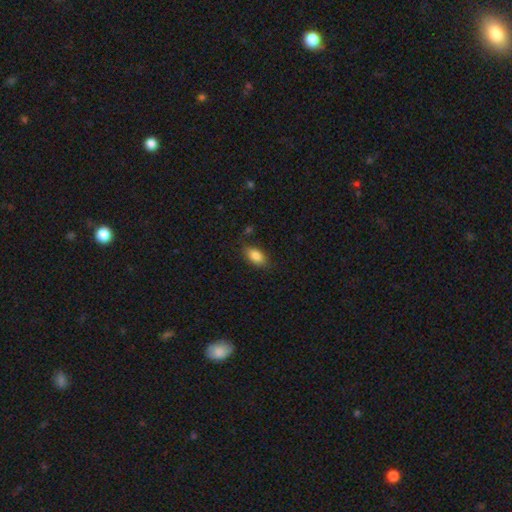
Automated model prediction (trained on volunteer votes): This is clearly a smooth galaxy (85%). How rounded: clearly in between (90%). Merging: clearly none (81%).